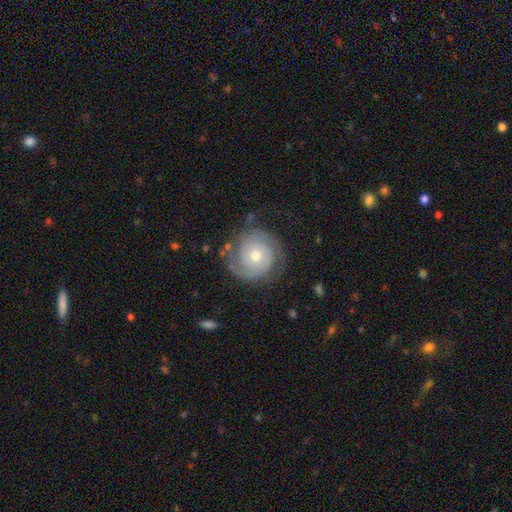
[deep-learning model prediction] smooth-or-featured: featured or disk: 86% | smooth: 9% | star or artifact: 5%
  disk-edge-on: no: 98% | yes: 2%
    bar: no: 76% | weak: 19% | strong: 4%
    has-spiral-arms: yes: 96% | no: 4%
      spiral-winding: tight: 74% | medium: 21% | loose: 5%
      spiral-arm-count: 2: 76% | can't tell: 10% | 3: 6% | 1: 4% | 4: 2% | more than 4: 2%
    bulge-size: moderate: 62% | small: 34% | large: 3% | none: 1% | dominant: 1%
  merging: none: 80% | minor disturbance: 13% | major disturbance: 5% | merger: 1%